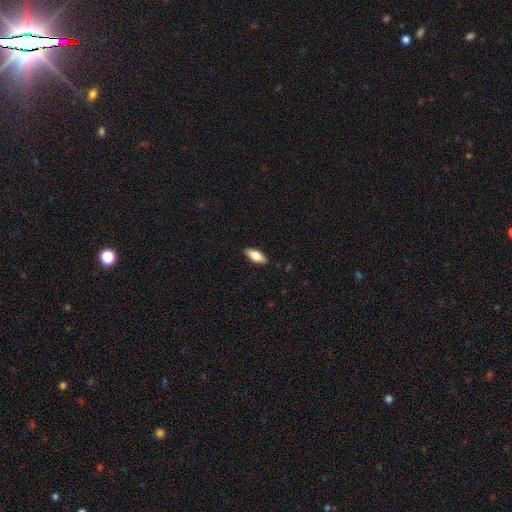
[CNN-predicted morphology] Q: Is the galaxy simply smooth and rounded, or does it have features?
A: smooth — 77%.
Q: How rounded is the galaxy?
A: in between — 82%.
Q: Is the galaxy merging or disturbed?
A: none — 88%.